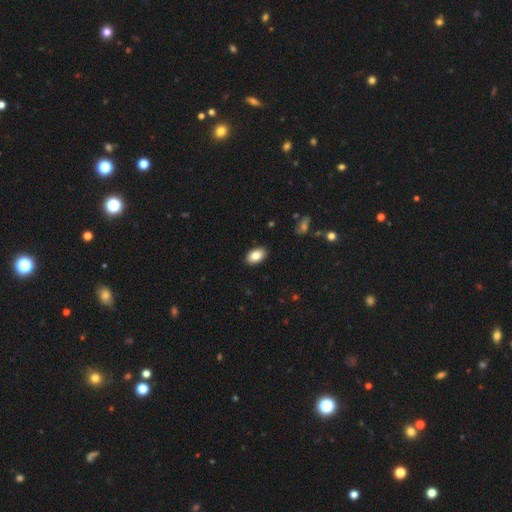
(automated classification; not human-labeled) smooth 84%, featured or disk 8%, star or artifact 7%. Down the decision tree: how rounded — in between (93%); merging — none (89%).